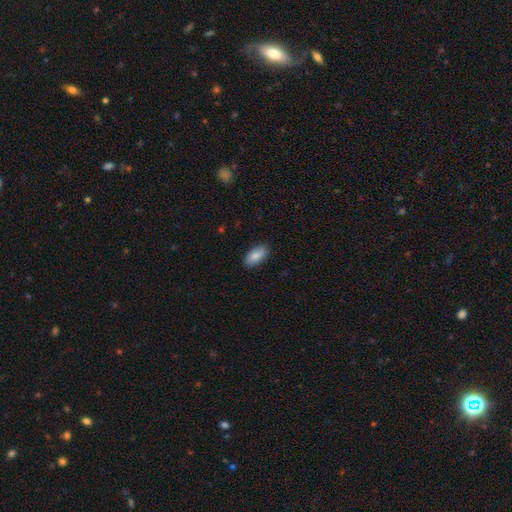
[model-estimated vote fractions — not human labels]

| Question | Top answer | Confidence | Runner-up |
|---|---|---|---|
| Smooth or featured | smooth | 87% | featured or disk (7%) |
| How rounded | in between | 90% | cigar-shaped (7%) |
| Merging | none | 88% | minor disturbance (9%) |